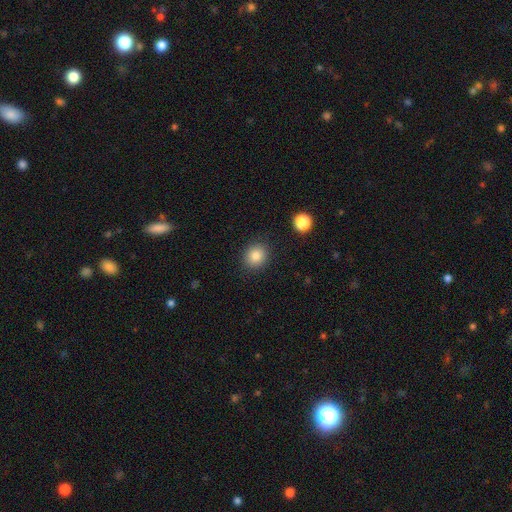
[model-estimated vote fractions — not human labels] Smooth or featured: smooth — 83% (star or artifact — 11%)
How rounded: round — 81% (in between — 18%)
Merging: none — 89% (minor disturbance — 7%)